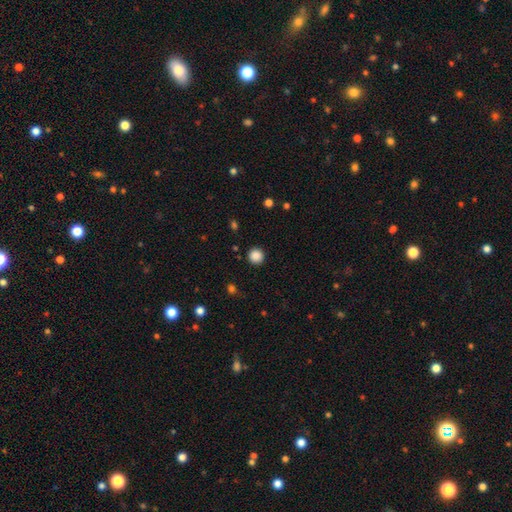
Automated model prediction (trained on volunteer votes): Smooth or featured? Predicted: smooth (p=0.87). How rounded? Predicted: round (p=0.95). Merging? Predicted: none (p=0.92).